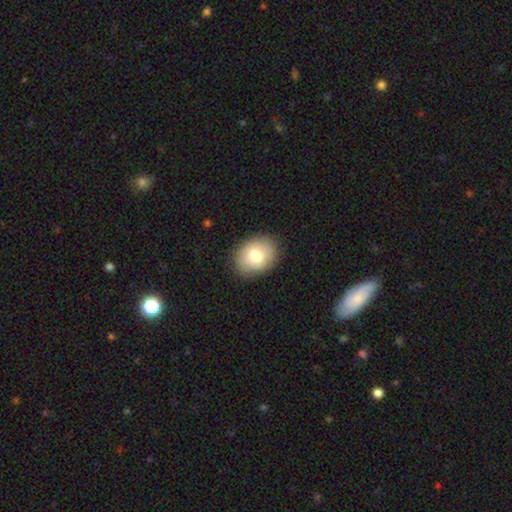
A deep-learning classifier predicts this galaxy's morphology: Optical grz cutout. It shows a smooth galaxy with no disk features (76%) that is in between round and cigar-shaped (63%). Merging: none (85%).